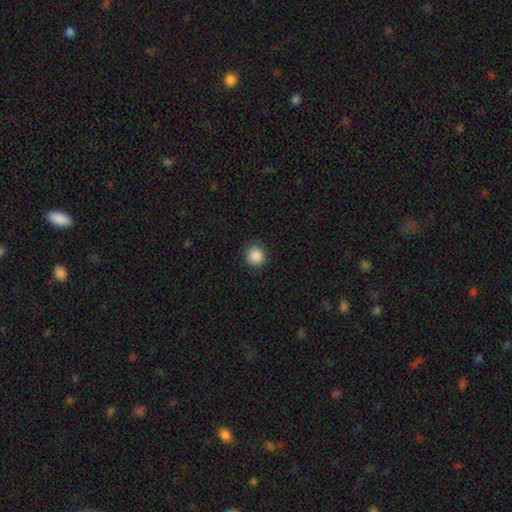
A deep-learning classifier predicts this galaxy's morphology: smooth 88%, star or artifact 9%, featured or disk 2%. Down the decision tree: how rounded — round (92%); merging — none (90%).